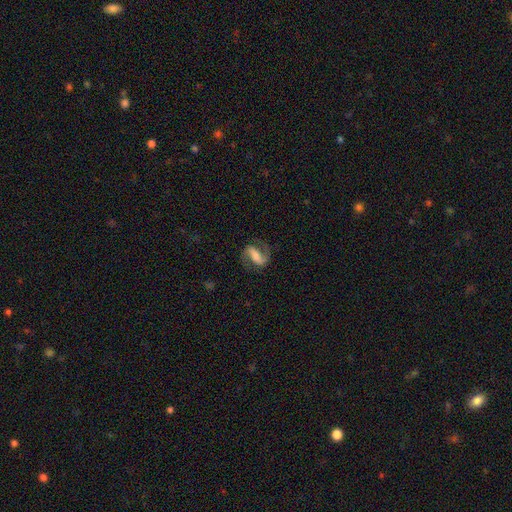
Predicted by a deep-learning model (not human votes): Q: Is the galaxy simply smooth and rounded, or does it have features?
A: featured or disk — 81%.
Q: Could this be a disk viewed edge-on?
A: no — 97%.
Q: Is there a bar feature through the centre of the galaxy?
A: strong — 51%.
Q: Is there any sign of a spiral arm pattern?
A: yes — 96%.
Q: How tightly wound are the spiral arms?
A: medium — 52%.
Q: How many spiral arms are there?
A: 2 — 91%.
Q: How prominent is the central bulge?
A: moderate — 38%.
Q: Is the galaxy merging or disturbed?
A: none — 76%.